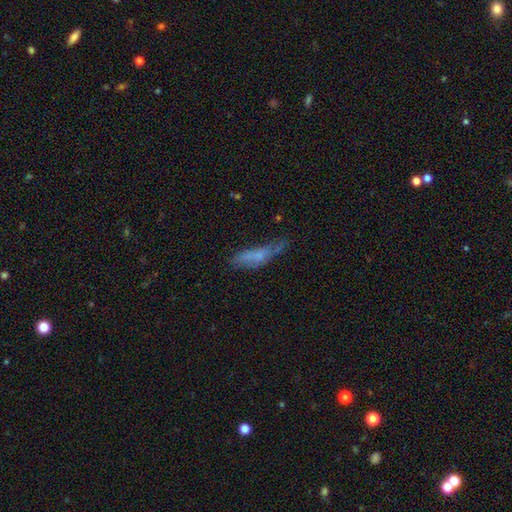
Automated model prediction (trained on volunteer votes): Smooth or featured: smooth — 61% (featured or disk — 28%)
How rounded: cigar-shaped — 64% (in between — 34%)
Merging: none — 42% (minor disturbance — 32%)